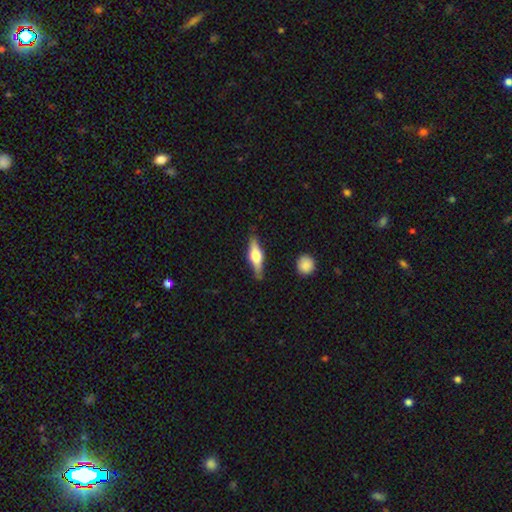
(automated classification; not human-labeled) The model was most divided on "smooth or featured": featured or disk: 58%, smooth: 36%, star or artifact: 6%. More confident: edge-on disk — yes (95%); edge-on bulge — rounded (90%); merging — none (83%).